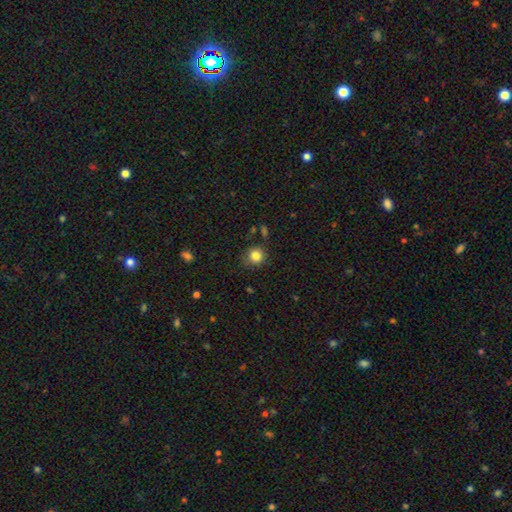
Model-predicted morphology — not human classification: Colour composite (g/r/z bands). It shows a smooth galaxy with no disk features (84%) that is round (87%). Merging: none (81%).